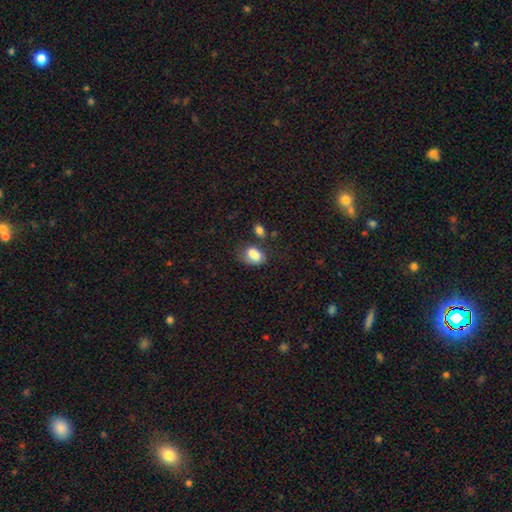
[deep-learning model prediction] A smooth galaxy with no disk features (77%) that is in between round and cigar-shaped (81%). Merging: none (40%).